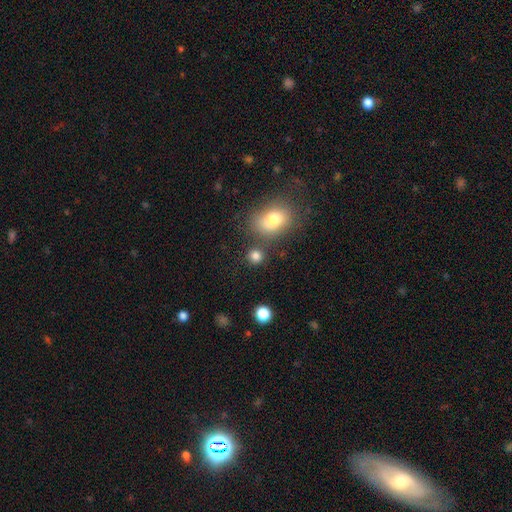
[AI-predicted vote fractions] Morphology: type=smooth (82%); roundness=round (81%); merging=none (76%).